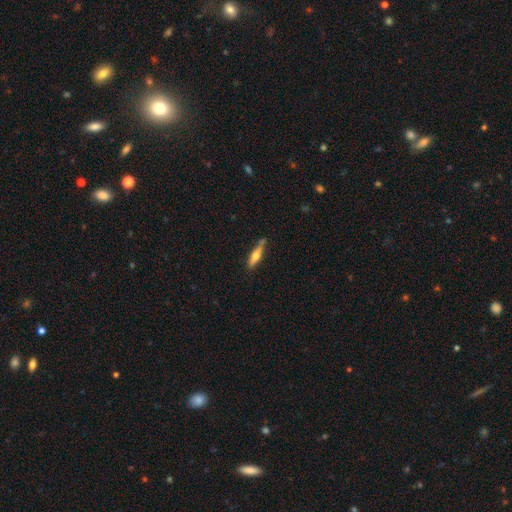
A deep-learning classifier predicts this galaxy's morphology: Smooth or featured? smooth (55%)
How rounded? cigar-shaped (74%)
Merging? none (67%)